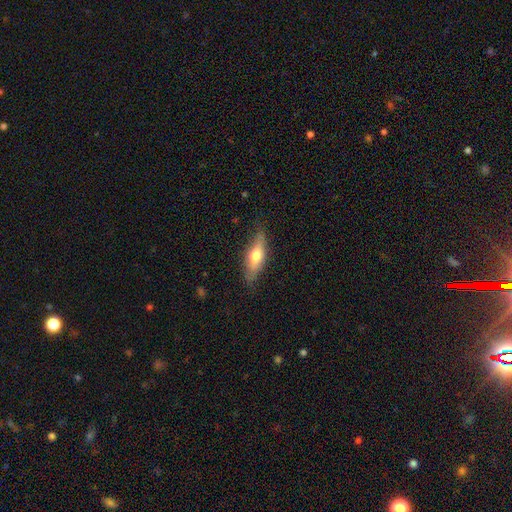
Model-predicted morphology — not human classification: smooth-or-featured: smooth: 57% | featured or disk: 37% | star or artifact: 6%
  how-rounded: in between: 55% | cigar-shaped: 42% | round: 3%
  merging: none: 77% | minor disturbance: 18% | major disturbance: 4% | merger: 1%